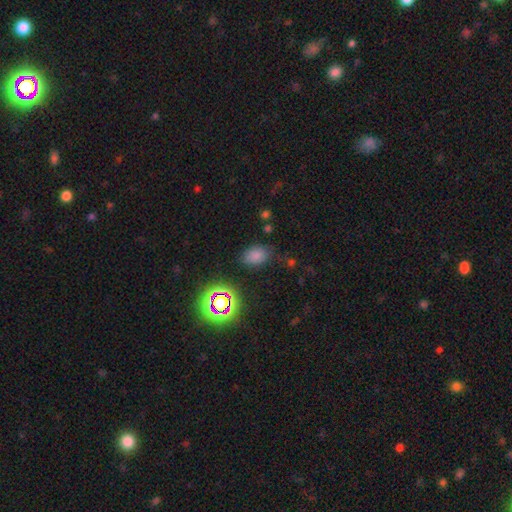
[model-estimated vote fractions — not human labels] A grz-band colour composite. It shows a smooth galaxy with no disk features (71%) that is in between round and cigar-shaped (80%). Merging: none (75%).